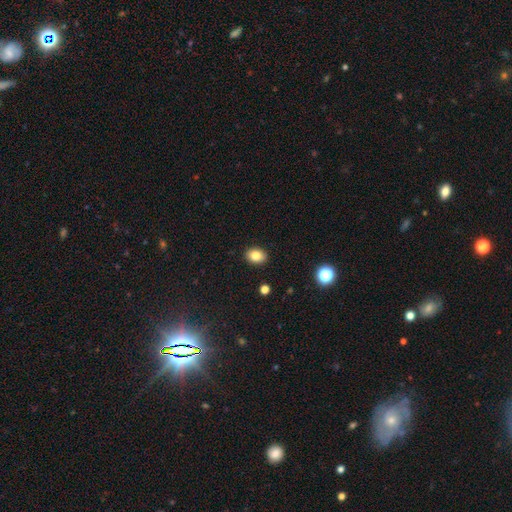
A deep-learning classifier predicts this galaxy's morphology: A smooth galaxy with no disk features (83%) that is in between round and cigar-shaped (67%).

Vote fractions:
- Smooth or featured? smooth: 83% / star or artifact: 10% / featured or disk: 7%
- How rounded? in between: 67% / round: 32% / cigar-shaped: 1%
- Merging? none: 90% / minor disturbance: 7% / major disturbance: 2% / merger: 1%